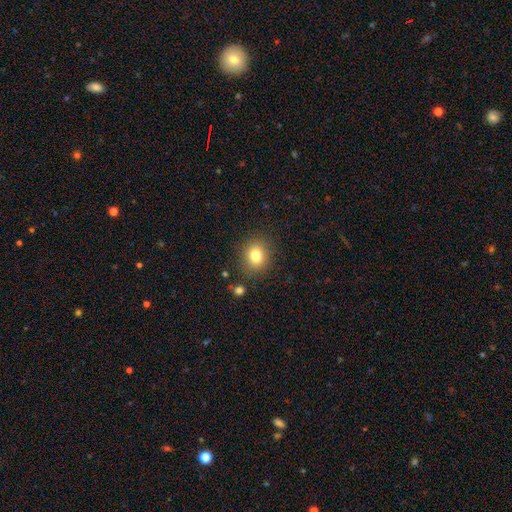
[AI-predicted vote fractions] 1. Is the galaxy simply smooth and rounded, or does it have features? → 80% smooth, 12% star or artifact, 8% featured or disk.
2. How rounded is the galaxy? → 67% round, 32% in between, 1% cigar-shaped.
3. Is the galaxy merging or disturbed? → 85% none, 10% minor disturbance, 3% major disturbance, 2% merger.